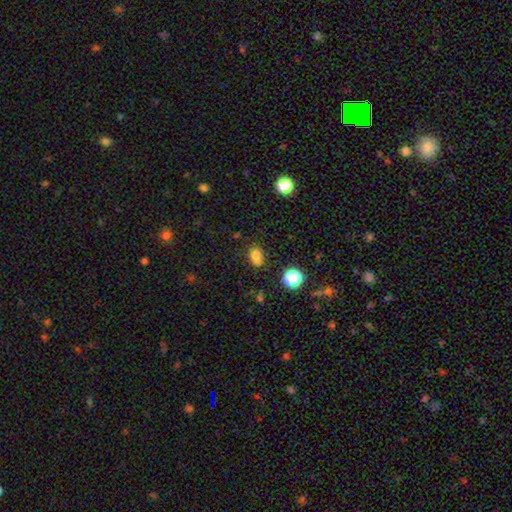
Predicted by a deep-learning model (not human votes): This is likely a smooth galaxy (70%). How rounded: possibly round (58%). Merging: possibly none (49%).